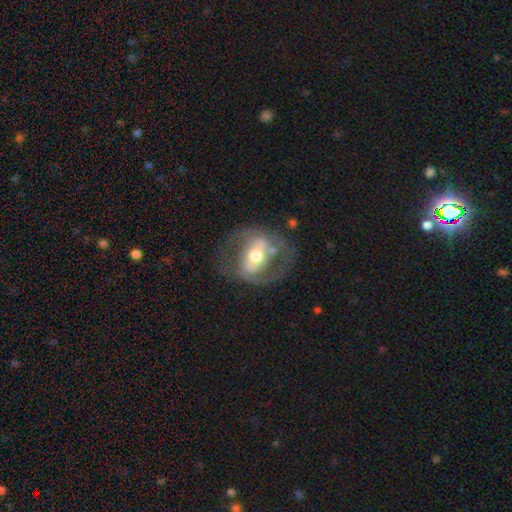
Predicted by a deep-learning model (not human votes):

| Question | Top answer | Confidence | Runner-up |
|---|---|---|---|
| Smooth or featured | featured or disk | 74% | smooth (20%) |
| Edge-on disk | no | 94% | yes (6%) |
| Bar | strong | 48% | weak (29%) |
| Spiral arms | yes | 60% | no (40%) |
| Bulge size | moderate | 69% | small (16%) |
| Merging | none | 65% | minor disturbance (16%) |